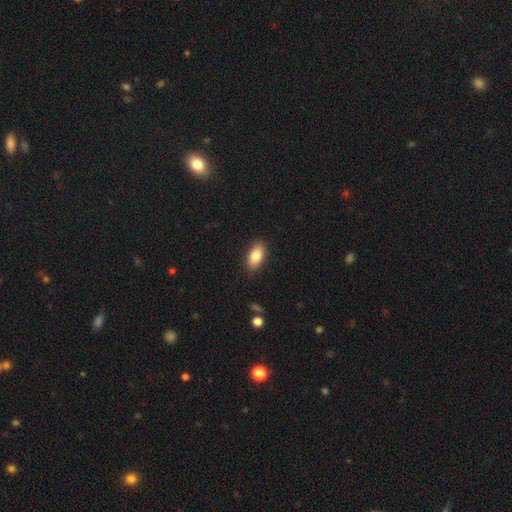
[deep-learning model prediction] The model was most divided on "smooth or featured": smooth: 83%, featured or disk: 11%, star or artifact: 7%. More confident: how rounded — in between (89%); merging — none (87%).